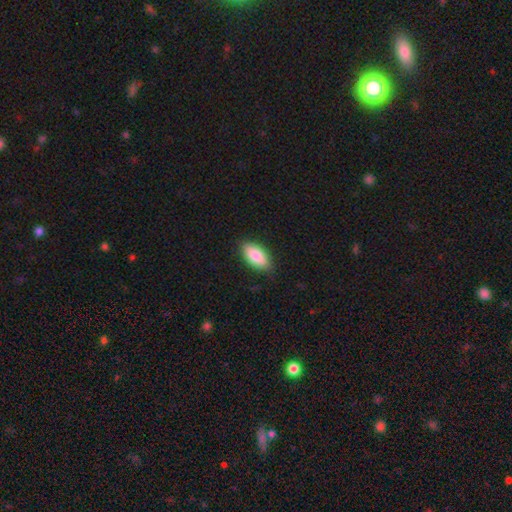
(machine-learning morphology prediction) smooth 84%, featured or disk 10%, star or artifact 6%. Down the decision tree: how rounded — in between (91%); merging — none (83%).